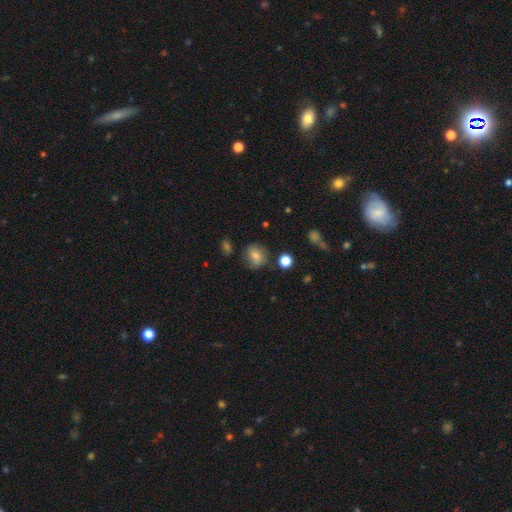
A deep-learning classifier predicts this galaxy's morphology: Overall: smooth (71%). How rounded: round (67%; in between 31%). Merging: none (73%).